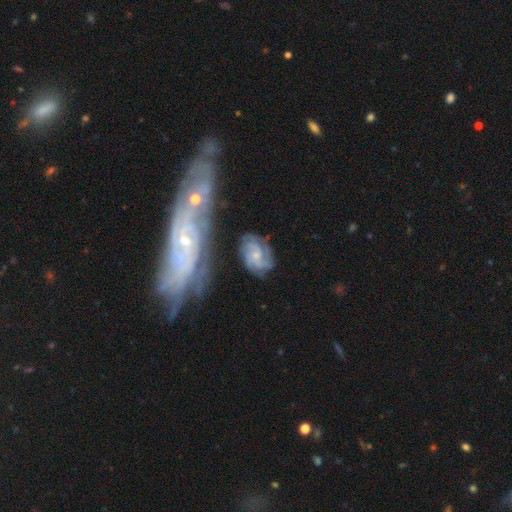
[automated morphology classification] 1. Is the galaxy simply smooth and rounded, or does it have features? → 82% featured or disk, 12% smooth, 6% star or artifact.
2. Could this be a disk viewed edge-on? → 97% no, 3% yes.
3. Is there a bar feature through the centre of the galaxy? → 68% no, 28% weak, 4% strong.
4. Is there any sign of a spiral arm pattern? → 95% yes, 5% no.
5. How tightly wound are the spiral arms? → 47% tight, 41% medium, 12% loose.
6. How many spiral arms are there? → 35% 3, 23% can't tell, 18% 2, 14% 4, 5% more than 4, 5% 1.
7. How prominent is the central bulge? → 63% small, 29% moderate, 6% none, 2% large, 1% dominant.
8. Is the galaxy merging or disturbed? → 61% none, 21% minor disturbance, 10% major disturbance, 8% merger.